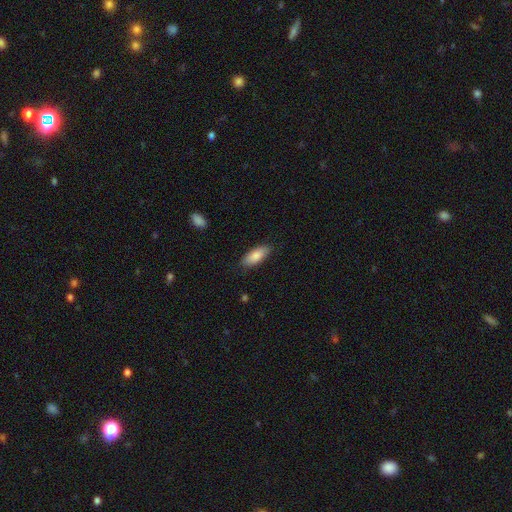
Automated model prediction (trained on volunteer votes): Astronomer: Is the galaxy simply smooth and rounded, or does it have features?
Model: smooth — 85%.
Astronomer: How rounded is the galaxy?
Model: in between — 80%.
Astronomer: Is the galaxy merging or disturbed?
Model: none — 86%.